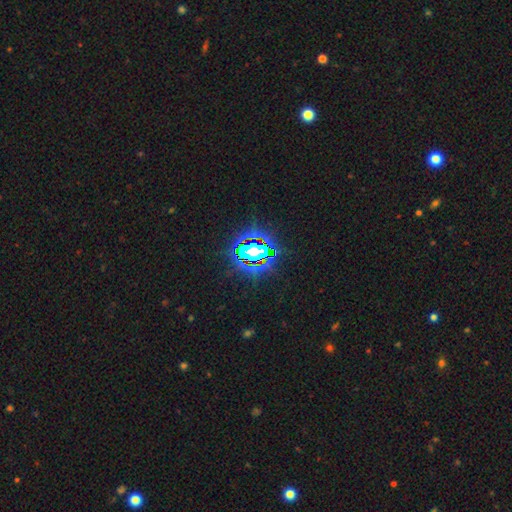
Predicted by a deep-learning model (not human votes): Smooth or featured: star or artifact — 82% (smooth — 11%)